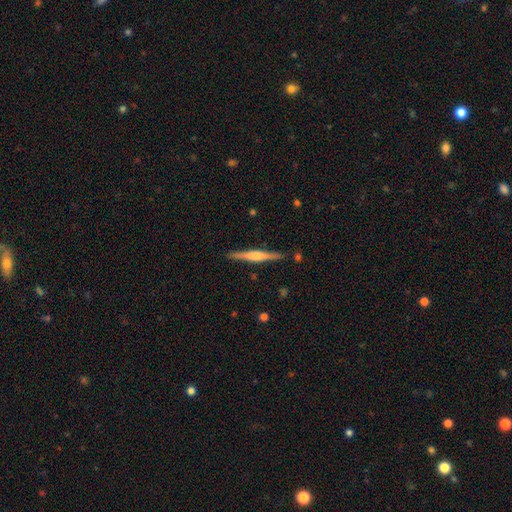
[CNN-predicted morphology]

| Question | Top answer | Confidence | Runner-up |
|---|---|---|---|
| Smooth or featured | featured or disk | 68% | smooth (26%) |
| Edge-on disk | yes | 98% | no (2%) |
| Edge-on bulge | rounded | 67% | boxy (24%) |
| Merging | none | 89% | minor disturbance (8%) |